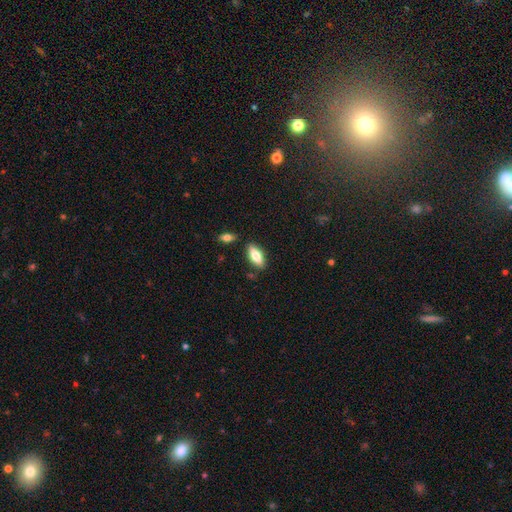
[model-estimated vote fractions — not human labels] Smooth or featured?
  - smooth: 68% *
  - featured or disk: 26%
  - star or artifact: 7%
How rounded?
  - in between: 74% *
  - cigar-shaped: 24%
  - round: 2%
Merging?
  - none: 83% *
  - minor disturbance: 11%
  - merger: 4%
  - major disturbance: 2%